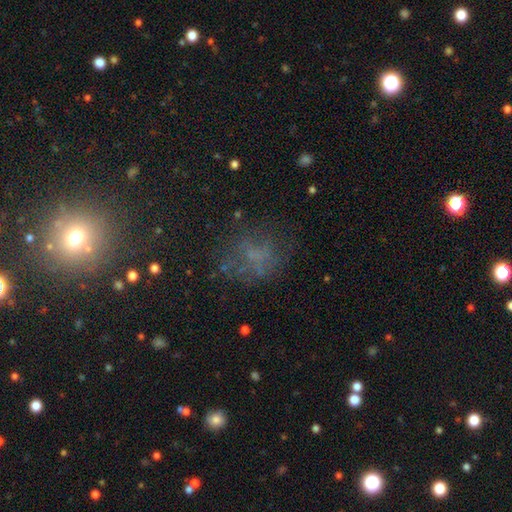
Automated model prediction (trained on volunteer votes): smooth-or-featured: smooth: 43% | star or artifact: 29% | featured or disk: 28%
  merging: none: 56% | major disturbance: 21% | minor disturbance: 19% | merger: 4%